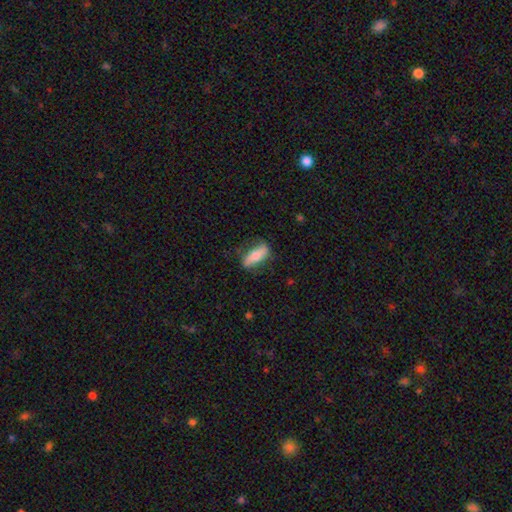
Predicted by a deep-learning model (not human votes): smooth-or-featured: smooth: 63% | featured or disk: 31% | star or artifact: 6%
  how-rounded: in between: 62% | cigar-shaped: 35% | round: 3%
  merging: none: 73% | minor disturbance: 20% | major disturbance: 6% | merger: 1%